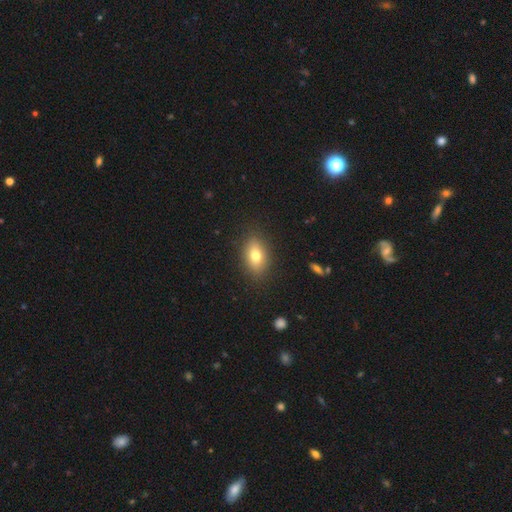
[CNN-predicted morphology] The model was most divided on "smooth or featured": smooth: 74%, featured or disk: 16%, star or artifact: 9%. More confident: merging — none (86%); how rounded — in between (82%).